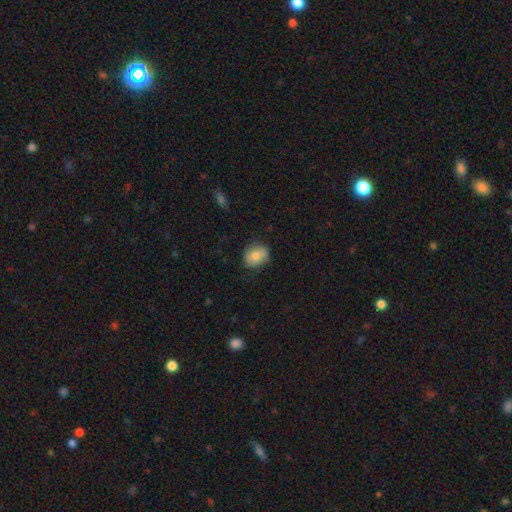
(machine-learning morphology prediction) Smooth or featured?
  - smooth: 75% *
  - featured or disk: 17%
  - star or artifact: 8%
How rounded?
  - round: 65% *
  - in between: 34%
  - cigar-shaped: 1%
Merging?
  - none: 75% *
  - minor disturbance: 20%
  - major disturbance: 4%
  - merger: 1%